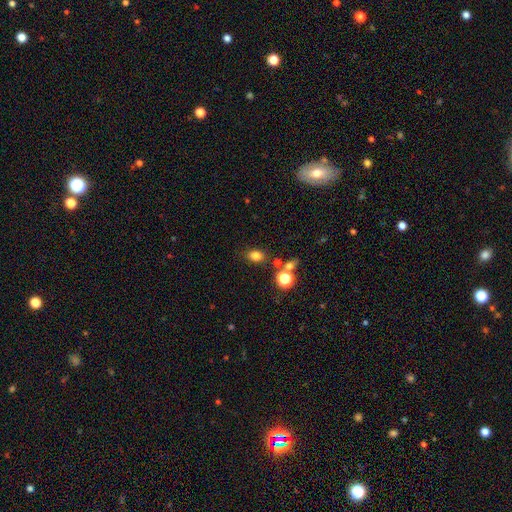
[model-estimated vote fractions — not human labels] The model was most divided on "how rounded": in between: 68%, round: 30%, cigar-shaped: 1%. More confident: smooth or featured — smooth (78%); merging — none (77%).